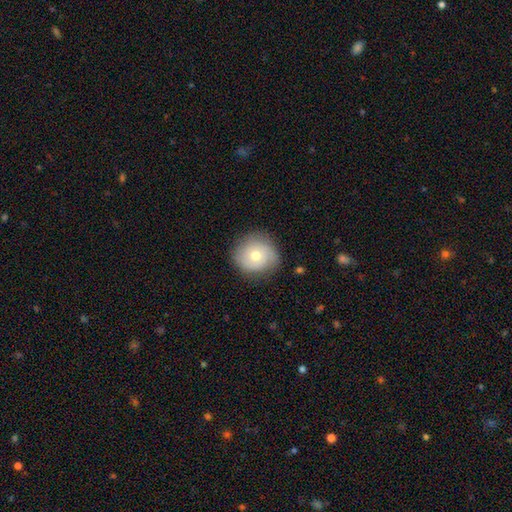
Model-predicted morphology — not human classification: This is likely a smooth galaxy (62%). How rounded: clearly round (87%). Merging: likely none (78%).